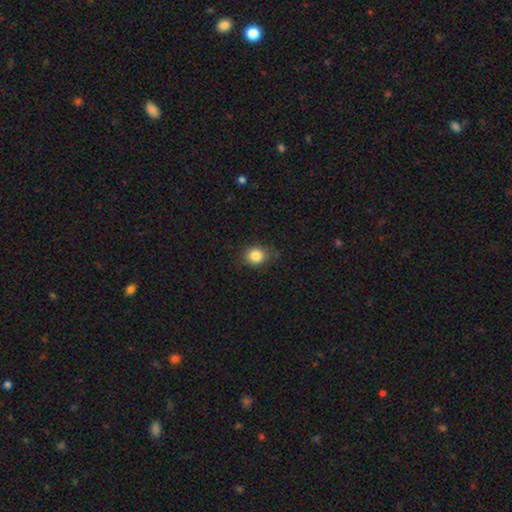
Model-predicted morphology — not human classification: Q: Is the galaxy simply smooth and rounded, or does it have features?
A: smooth — 84%.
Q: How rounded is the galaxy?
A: round — 71%.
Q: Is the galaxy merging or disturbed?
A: none — 82%.